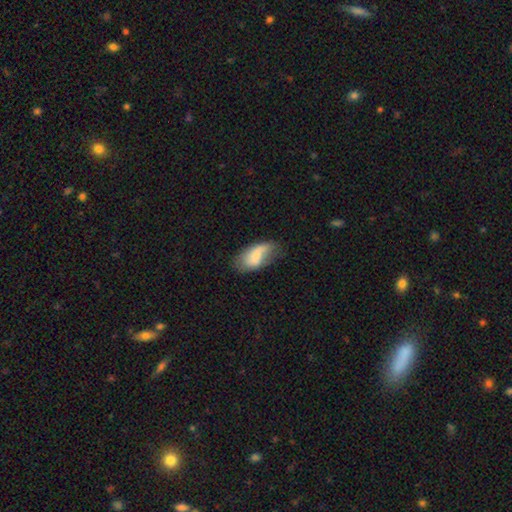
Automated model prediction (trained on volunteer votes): Smooth or featured? Predicted: smooth (p=0.63). How rounded? Predicted: in between (p=0.93). Merging? Predicted: none (p=0.48).